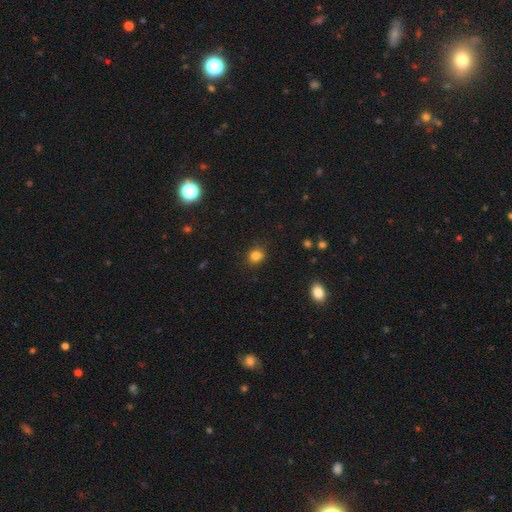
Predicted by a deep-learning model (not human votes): The model was most divided on "how rounded": round: 70%, in between: 29%, cigar-shaped: 1%. More confident: smooth or featured — smooth (82%); merging — none (79%).